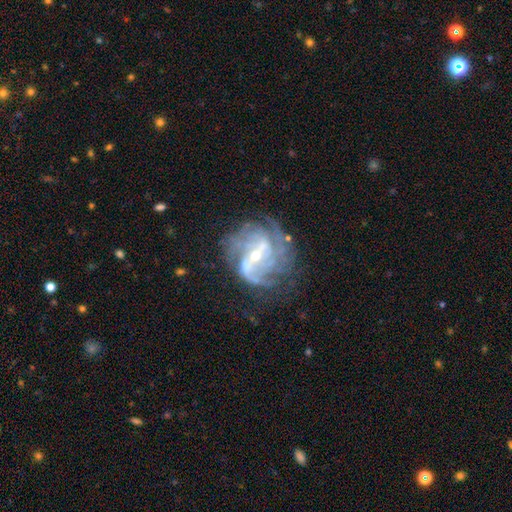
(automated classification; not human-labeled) This appears to be a featured or disk galaxy (87%) with a weak bar (43%), medium (42%) spiral arms (93%) and a small central bulge (62%). Merging: none (59%).